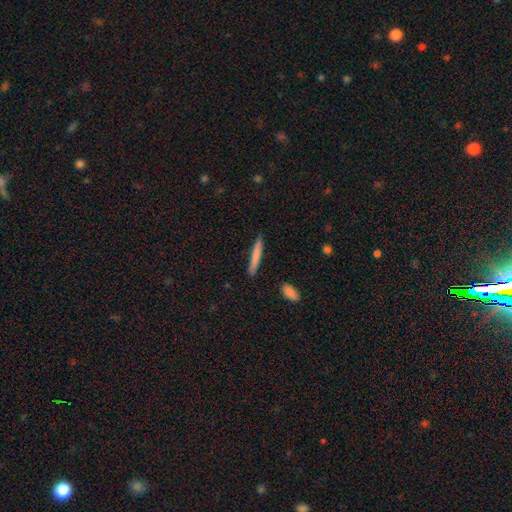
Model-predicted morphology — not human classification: A smooth galaxy with no disk features (78%) that is cigar-shaped (95%). Merging: none (90%).